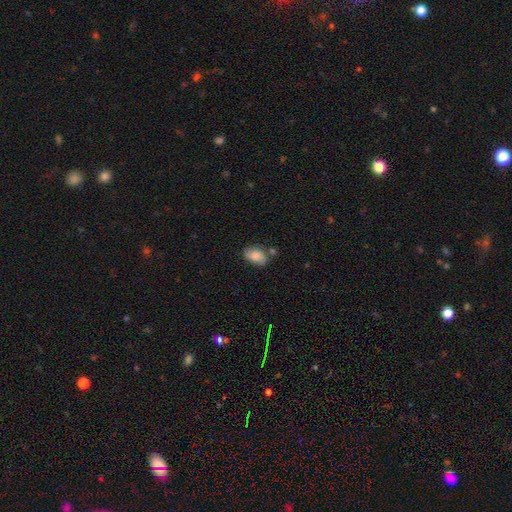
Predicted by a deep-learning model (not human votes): Overall: smooth (68%). How rounded: in between (89%). Merging: none (63%).